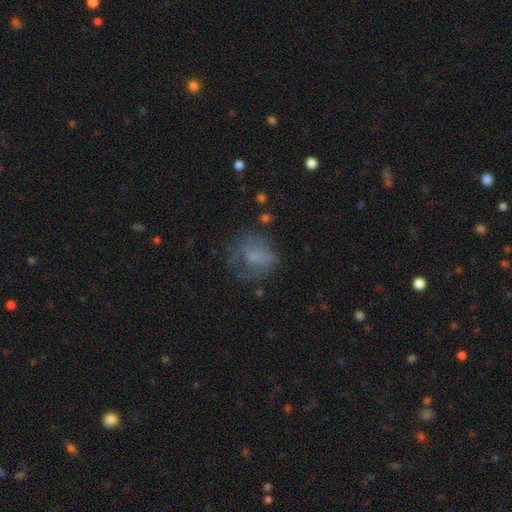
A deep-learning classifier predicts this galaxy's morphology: A smooth galaxy with no disk features (49%).

Vote fractions:
- Smooth or featured? smooth: 49% / featured or disk: 36% / star or artifact: 15%
- Merging? none: 50% / major disturbance: 26% / minor disturbance: 22% / merger: 3%